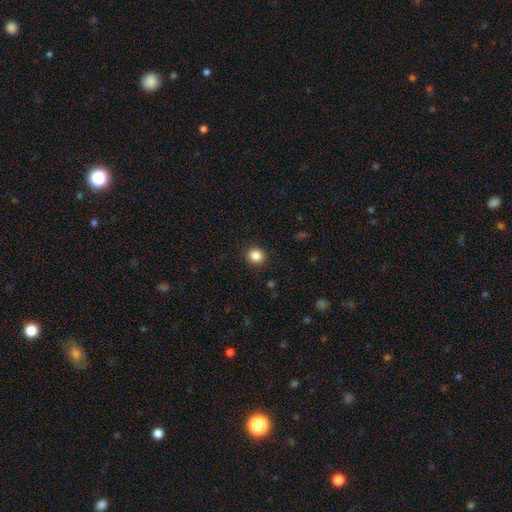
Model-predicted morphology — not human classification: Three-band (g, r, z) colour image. It shows a smooth galaxy with no disk features (86%) that is round (84%). Merging: none (91%).